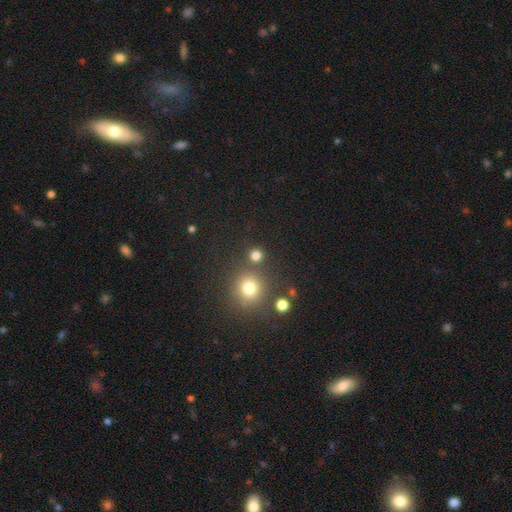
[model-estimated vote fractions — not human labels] smooth_or_featured: smooth (p=0.76) [alt: star or artifact p=0.18]
how_rounded: round (p=0.92) [alt: in between p=0.07]
merging: none (p=0.81) [alt: merger p=0.10]